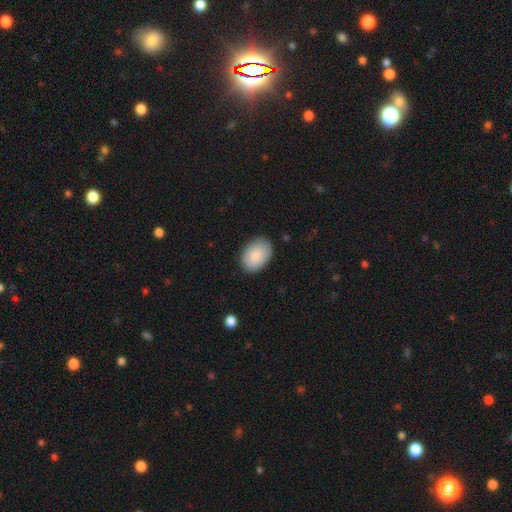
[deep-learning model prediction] Smooth or featured? smooth (88%)
How rounded? in between (84%)
Merging? none (84%)